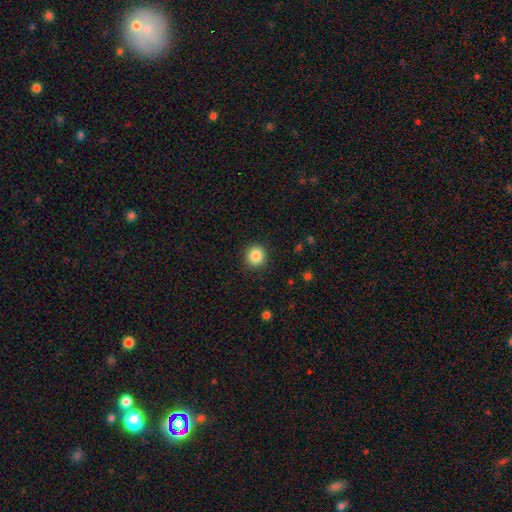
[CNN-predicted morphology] The model was most divided on "smooth or featured": smooth: 86%, star or artifact: 10%, featured or disk: 4%. More confident: how rounded — round (92%); merging — none (91%).